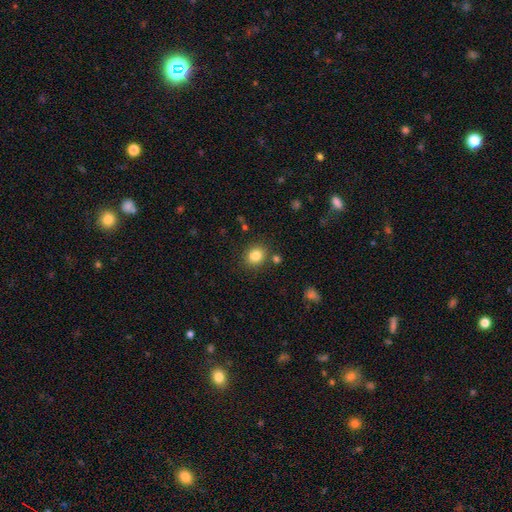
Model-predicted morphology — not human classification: A smooth galaxy with no disk features (83%) that is round (72%). Merging: none (83%).